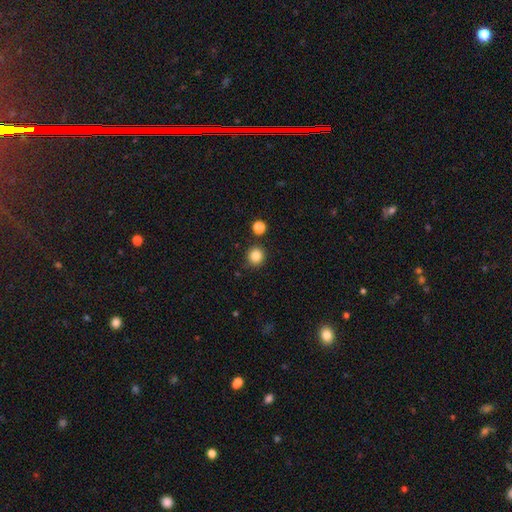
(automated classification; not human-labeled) Q: Smooth or featured?
A: smooth (85%); runner-up: star or artifact (11%)
Q: How rounded?
A: round (91%); runner-up: in between (9%)
Q: Merging?
A: none (87%); runner-up: minor disturbance (7%)